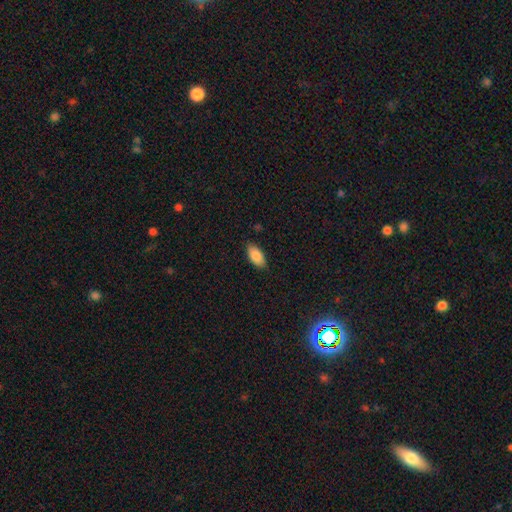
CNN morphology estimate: smooth_or_featured: smooth (p=0.86) [alt: featured or disk p=0.07]
how_rounded: in between (p=0.92) [alt: cigar-shaped p=0.05]
merging: none (p=0.84) [alt: minor disturbance p=0.12]